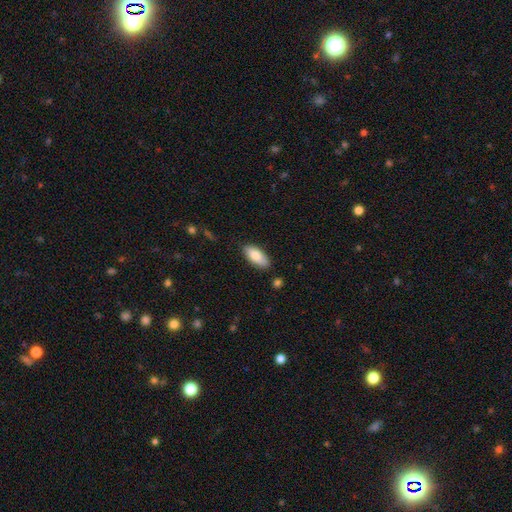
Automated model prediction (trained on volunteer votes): This appears to be a smooth galaxy with no disk features (83%) that is in between round and cigar-shaped (89%). Merging: none (85%).